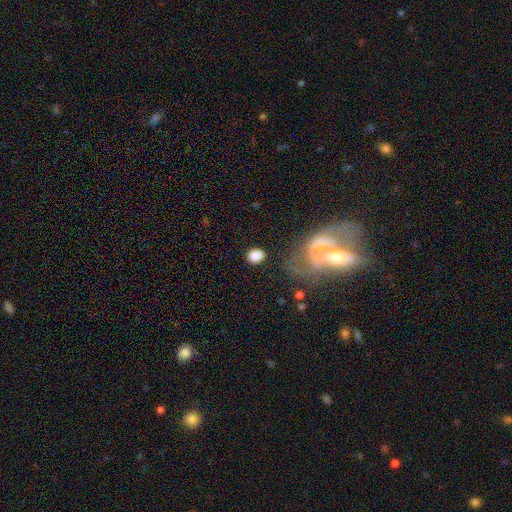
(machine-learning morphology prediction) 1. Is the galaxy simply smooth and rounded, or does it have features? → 83% smooth, 9% featured or disk, 8% star or artifact.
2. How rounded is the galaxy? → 50% round, 49% in between, 2% cigar-shaped.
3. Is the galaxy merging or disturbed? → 78% none, 12% minor disturbance, 6% major disturbance, 4% merger.